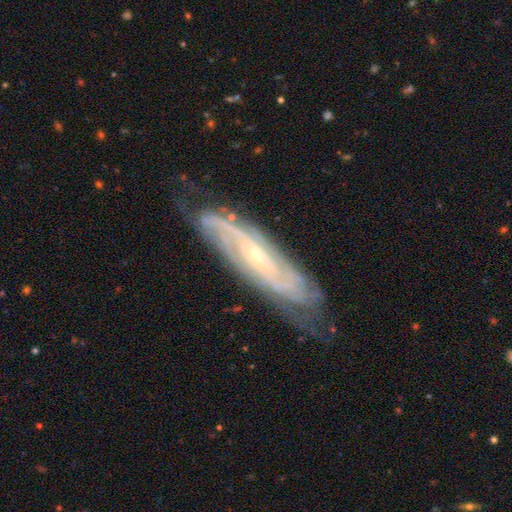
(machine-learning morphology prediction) A featured or disk galaxy (86%) with no bar (56%), tight (58%) spiral arms (96%) and a small central bulge (76%). Merging: none (73%).